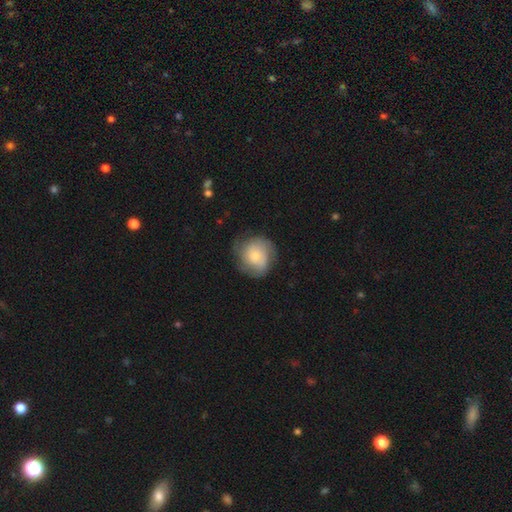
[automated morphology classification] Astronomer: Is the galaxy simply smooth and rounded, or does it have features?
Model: smooth — 48% (runner-up: featured or disk, 45%).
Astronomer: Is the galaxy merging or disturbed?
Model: none — 68%.